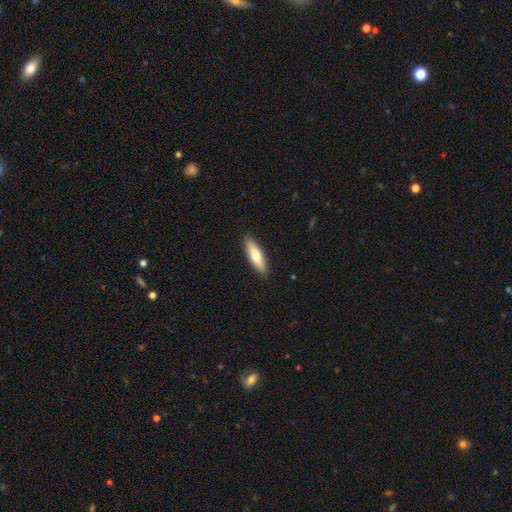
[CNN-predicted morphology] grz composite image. It shows a smooth galaxy with no disk features (74%) that is cigar-shaped (58%). Merging: none (89%).